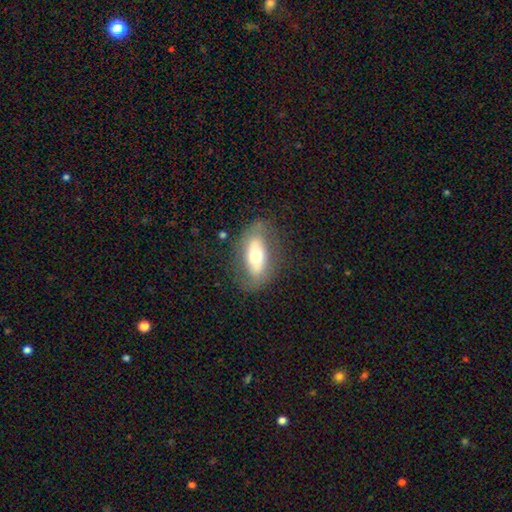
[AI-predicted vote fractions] Q: Smooth or featured?
A: smooth (50%); runner-up: featured or disk (43%)
Q: How rounded?
A: in between (83%); runner-up: cigar-shaped (12%)
Q: Merging?
A: none (75%); runner-up: minor disturbance (16%)